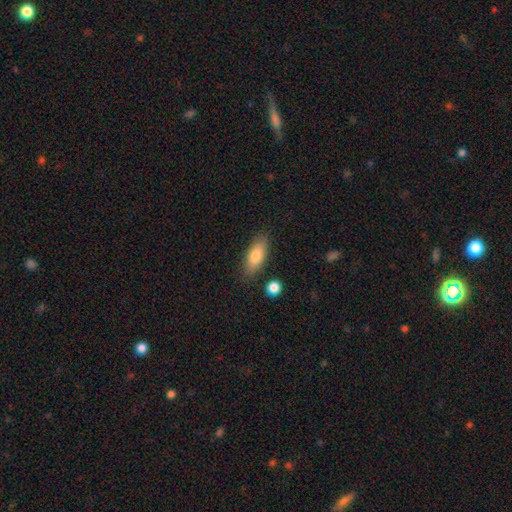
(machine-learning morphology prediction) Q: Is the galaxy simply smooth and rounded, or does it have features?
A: smooth — 78%.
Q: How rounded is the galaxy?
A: in between — 76%.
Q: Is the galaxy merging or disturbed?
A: none — 83%.